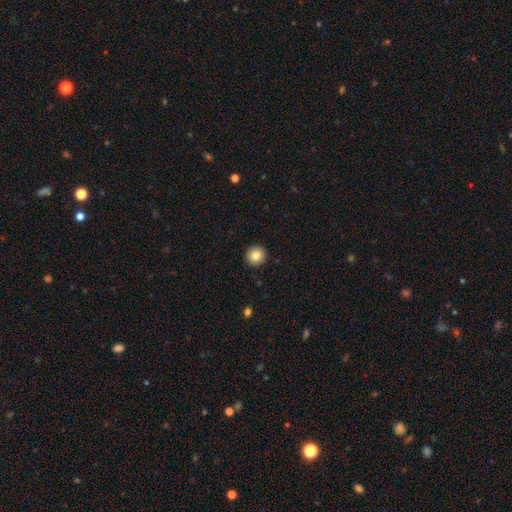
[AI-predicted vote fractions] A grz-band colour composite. It shows a smooth galaxy with no disk features (83%) that is round (95%). Merging: none (93%).